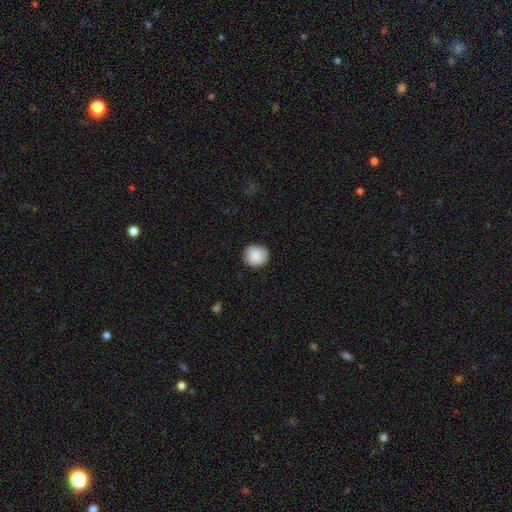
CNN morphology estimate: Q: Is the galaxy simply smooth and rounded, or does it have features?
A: smooth — 87%.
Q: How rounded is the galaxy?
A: round — 89%.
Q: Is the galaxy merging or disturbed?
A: none — 87%.